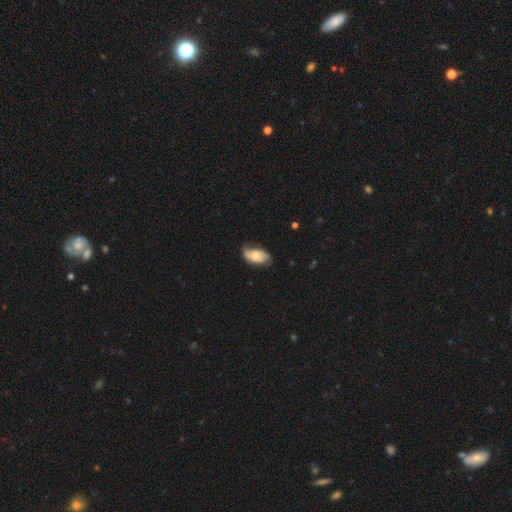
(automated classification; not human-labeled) Morphology: type=featured or disk (49%); merging=none (59%).